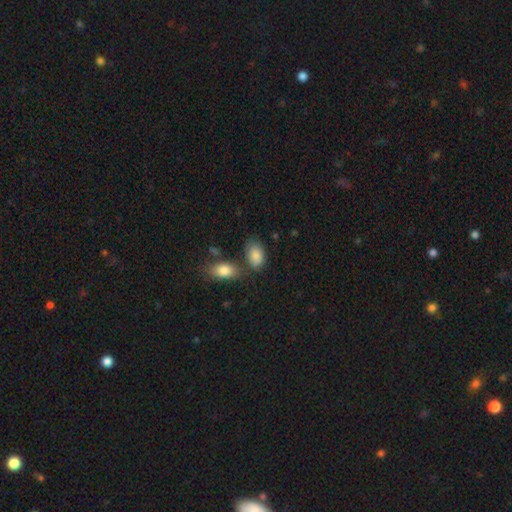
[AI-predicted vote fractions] This appears to be a smooth galaxy with no disk features (86%) that is in between round and cigar-shaped (91%). Merging: none (59%).